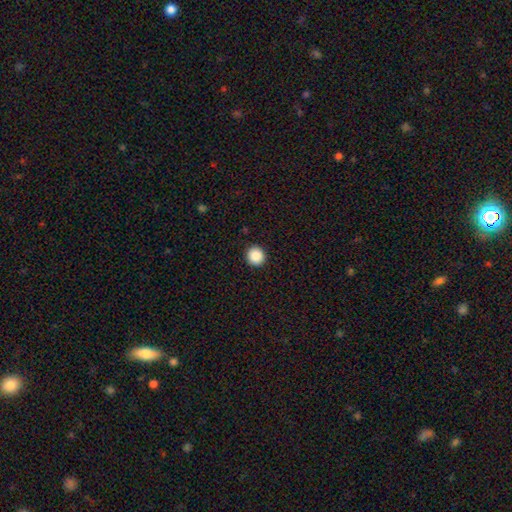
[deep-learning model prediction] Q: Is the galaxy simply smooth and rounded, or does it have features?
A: smooth — 88%.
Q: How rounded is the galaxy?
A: round — 94%.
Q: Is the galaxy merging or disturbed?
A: none — 93%.